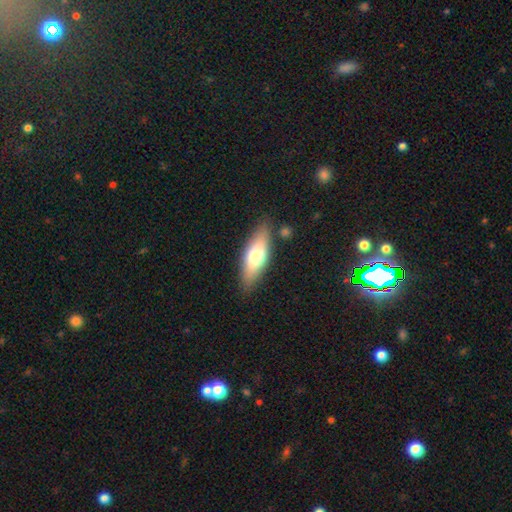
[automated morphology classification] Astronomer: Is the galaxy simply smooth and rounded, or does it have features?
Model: smooth — 65%.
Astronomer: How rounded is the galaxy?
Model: in between — 61% (runner-up: cigar-shaped, 37%).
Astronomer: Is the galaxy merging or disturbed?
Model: none — 82%.